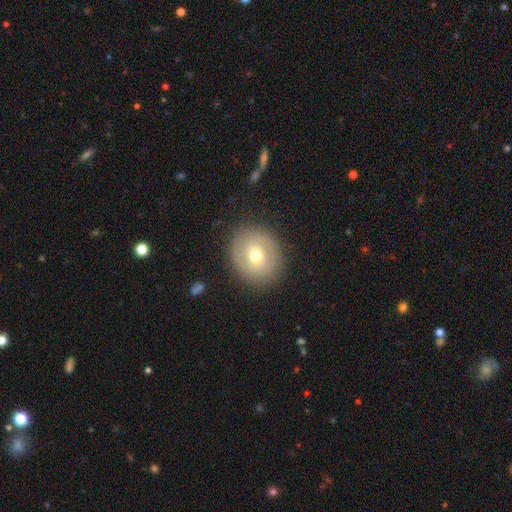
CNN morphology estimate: This appears to be a smooth galaxy with no disk features (54%) that is round (68%). Merging: none (85%).